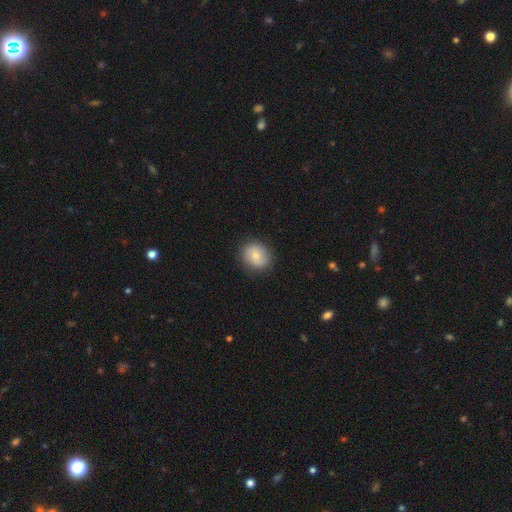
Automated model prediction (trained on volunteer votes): Overall: smooth (71%). How rounded: round (74%). Merging: none (85%).